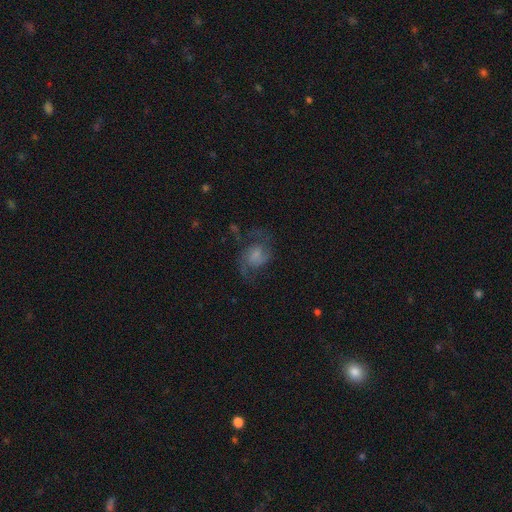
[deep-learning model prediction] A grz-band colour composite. It shows a featured or disk galaxy (68%) with no bar (60%), 2 (86%) medium (47%) spiral arms (91%) and a small central bulge (37%). Merging: none (58%).